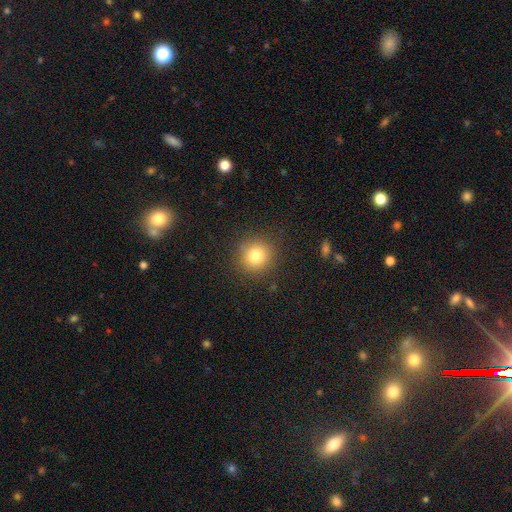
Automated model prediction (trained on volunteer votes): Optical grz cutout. It shows a smooth galaxy with no disk features (79%) that is round (93%). Merging: none (89%).